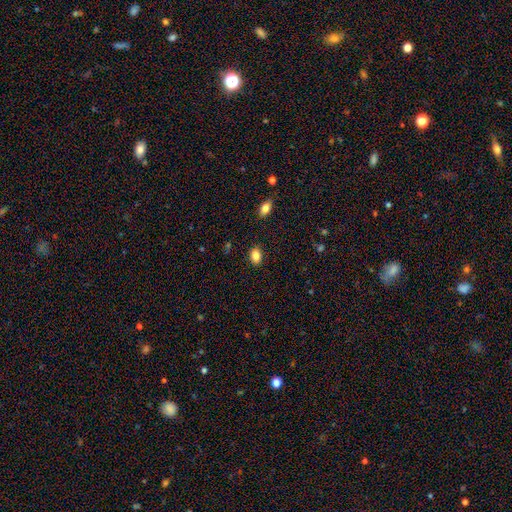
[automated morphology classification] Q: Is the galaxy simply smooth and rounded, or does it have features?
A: smooth — 86%.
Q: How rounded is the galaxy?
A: in between — 79%.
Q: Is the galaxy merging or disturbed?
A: none — 87%.